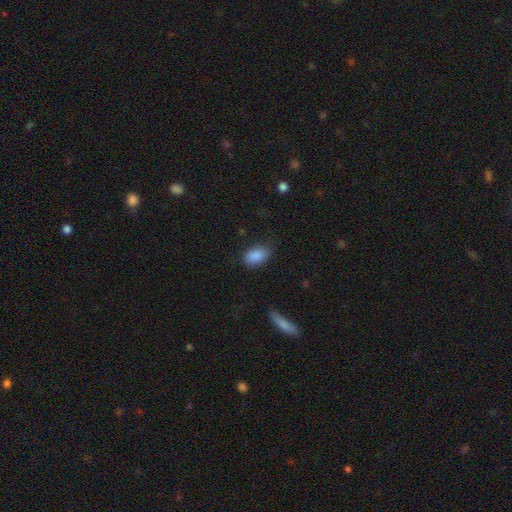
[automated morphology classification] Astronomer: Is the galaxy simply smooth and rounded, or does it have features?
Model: smooth — 88%.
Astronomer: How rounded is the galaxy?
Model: in between — 89%.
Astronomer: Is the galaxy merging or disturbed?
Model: none — 76%.